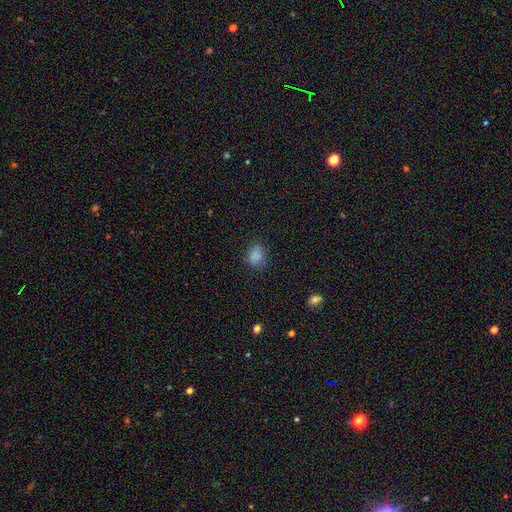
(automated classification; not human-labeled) Morphology: type=smooth (81%); roundness=in between (54%); merging=none (72%).